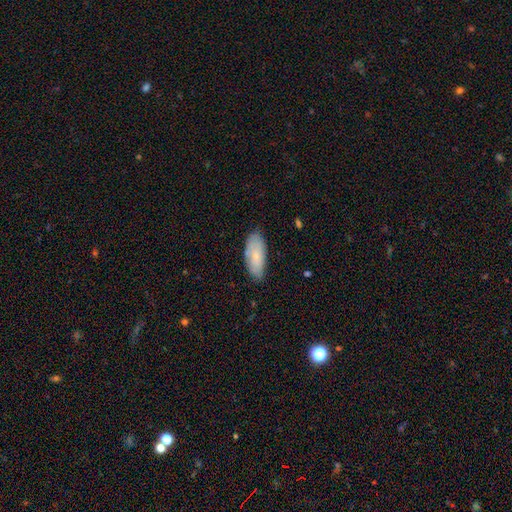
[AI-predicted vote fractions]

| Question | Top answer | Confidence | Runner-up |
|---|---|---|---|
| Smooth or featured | smooth | 72% | featured or disk (21%) |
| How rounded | in between | 83% | cigar-shaped (15%) |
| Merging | none | 77% | minor disturbance (18%) |